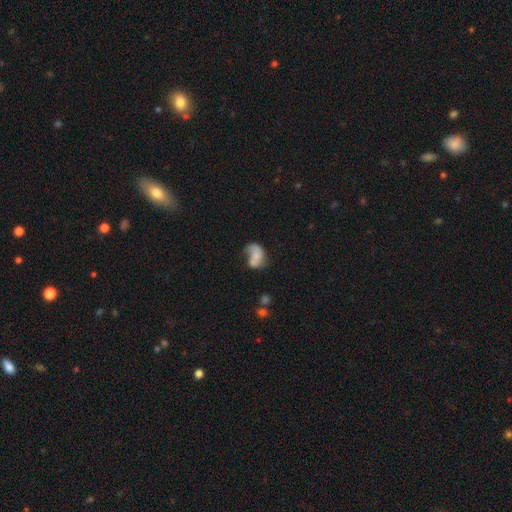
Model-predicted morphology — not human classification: smooth_or_featured: smooth (p=0.48) [alt: featured or disk p=0.43]
merging: major disturbance (p=0.29) [alt: none p=0.27]